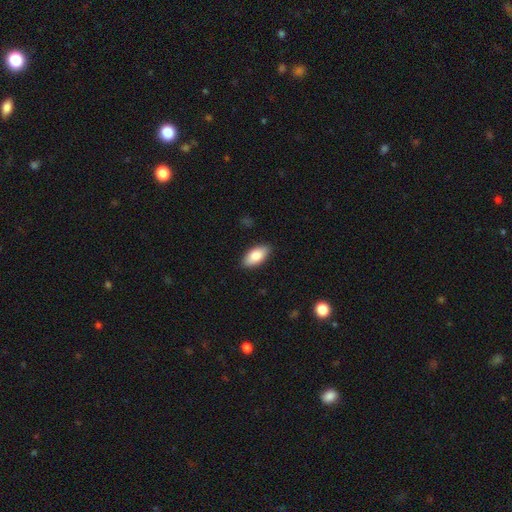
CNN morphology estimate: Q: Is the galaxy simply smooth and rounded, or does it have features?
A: smooth — 84%.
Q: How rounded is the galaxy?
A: in between — 92%.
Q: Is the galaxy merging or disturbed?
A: none — 88%.